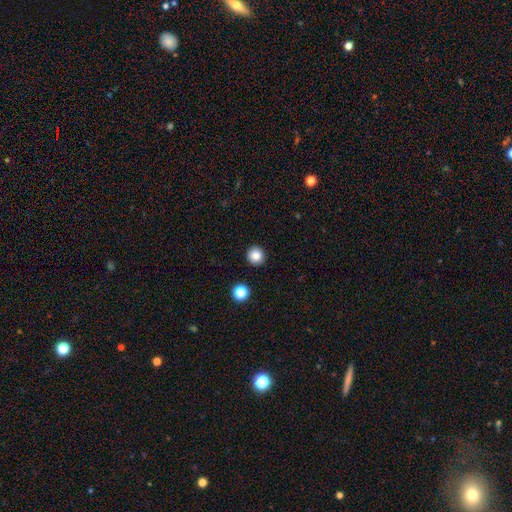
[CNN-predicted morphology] A smooth galaxy with no disk features (85%) that is round (93%).

Vote fractions:
- Smooth or featured? smooth: 85% / star or artifact: 11% / featured or disk: 4%
- How rounded? round: 93% / in between: 6% / cigar-shaped: 1%
- Merging? none: 92% / minor disturbance: 5% / major disturbance: 2% / merger: 1%